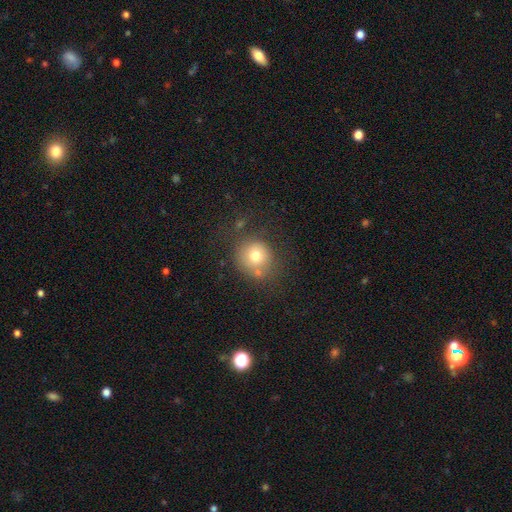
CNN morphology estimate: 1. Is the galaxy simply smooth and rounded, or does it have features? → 72% smooth, 15% featured or disk, 13% star or artifact.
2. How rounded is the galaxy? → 89% round, 10% in between, 1% cigar-shaped.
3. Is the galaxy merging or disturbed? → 68% none, 16% minor disturbance, 9% merger, 7% major disturbance.